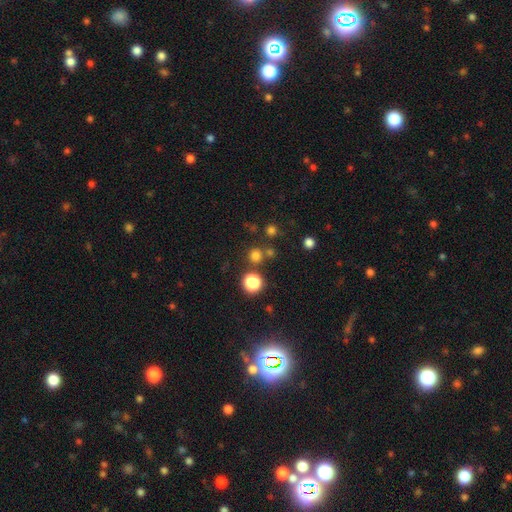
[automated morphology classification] Overall: smooth (72%). How rounded: round (92%). Merging: none (77%).